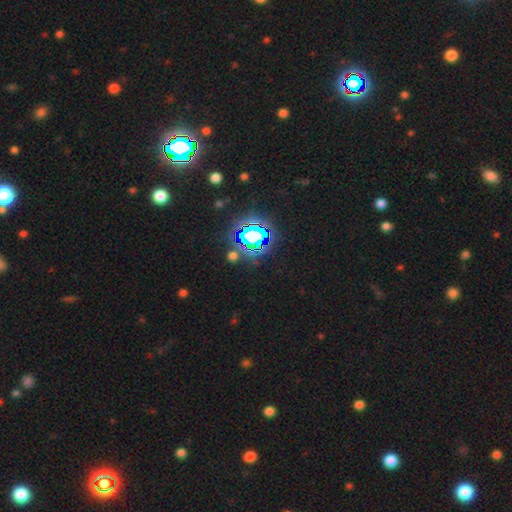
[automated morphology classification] This is clearly a star or artifact rather than a galaxy (82%).